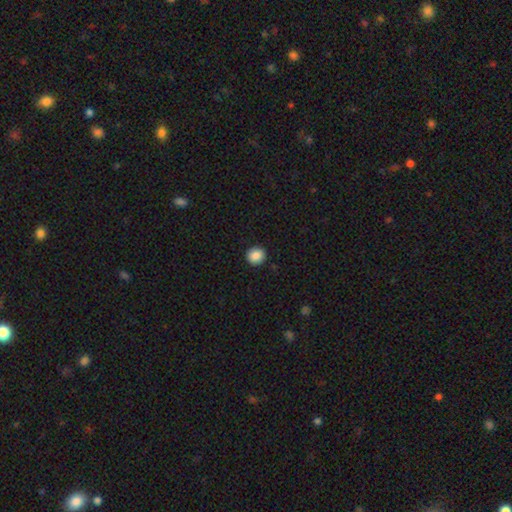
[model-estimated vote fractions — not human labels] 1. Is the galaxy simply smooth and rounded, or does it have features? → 88% smooth, 9% star or artifact, 3% featured or disk.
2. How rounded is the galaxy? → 89% round, 10% in between, 1% cigar-shaped.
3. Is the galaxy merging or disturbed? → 92% none, 5% minor disturbance, 2% major disturbance, 1% merger.